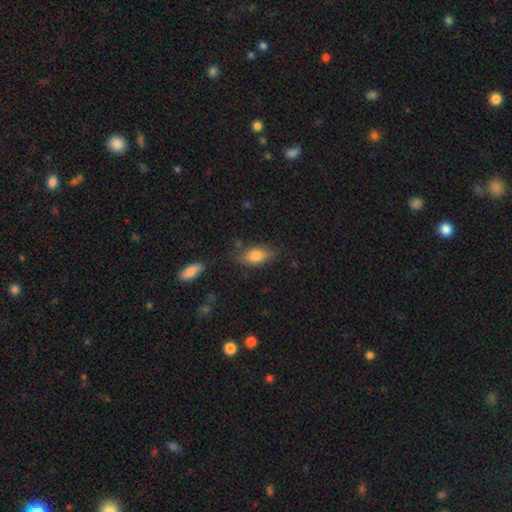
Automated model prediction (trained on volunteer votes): Morphology: type=smooth (75%); roundness=in between (84%); merging=none (71%).